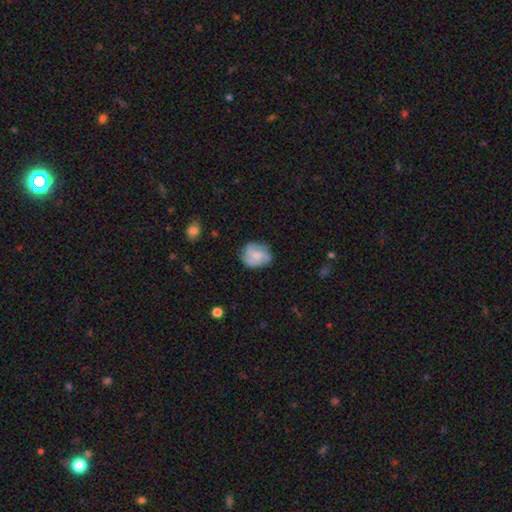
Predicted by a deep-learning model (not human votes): Morphology: type=featured or disk (55%); edge-on=no (97%); bar=no (64%); spiral arms=yes (82%); bulge=moderate (47%); merging=none (68%).